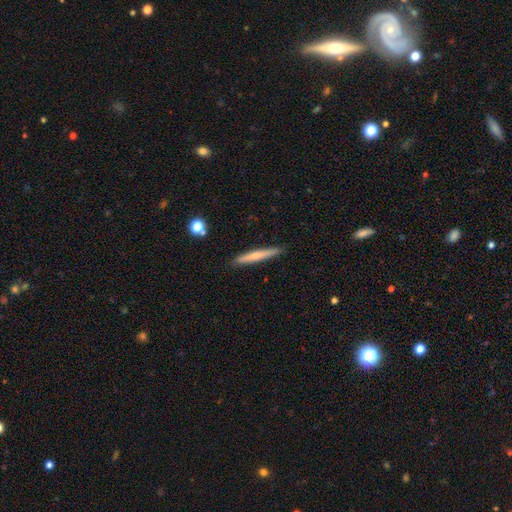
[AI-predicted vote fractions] Smooth or featured? Predicted: smooth (p=0.56). How rounded? Predicted: cigar-shaped (p=0.95). Merging? Predicted: none (p=0.89).